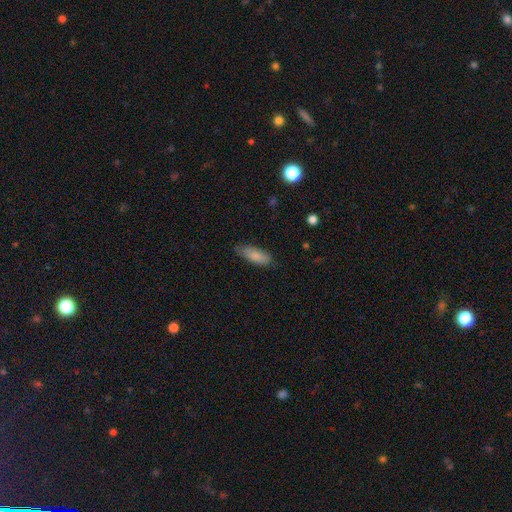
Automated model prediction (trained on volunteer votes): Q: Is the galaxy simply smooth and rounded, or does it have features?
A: smooth — 84%.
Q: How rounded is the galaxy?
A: in between — 71%.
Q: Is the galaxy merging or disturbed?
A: none — 78%.